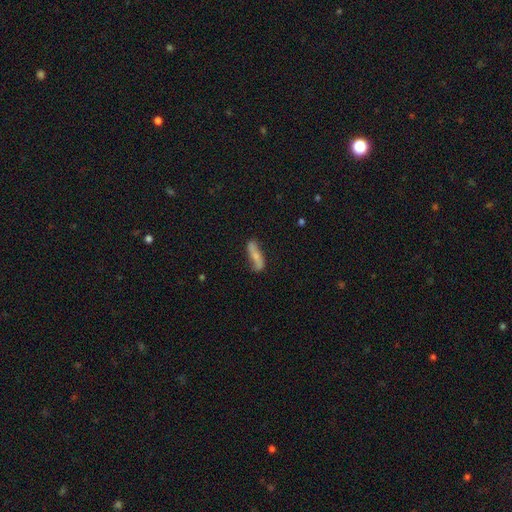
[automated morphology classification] smooth 49%, featured or disk 45%, star or artifact 7%. Down the decision tree: merging — none (68%).